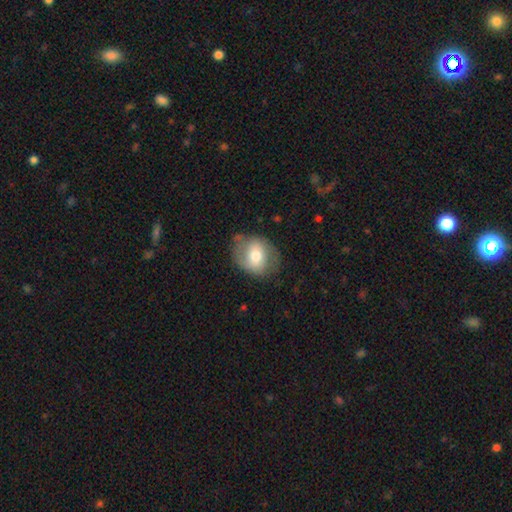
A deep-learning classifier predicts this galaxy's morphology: type=smooth (61%); roundness=round (52%); merging=none (64%).